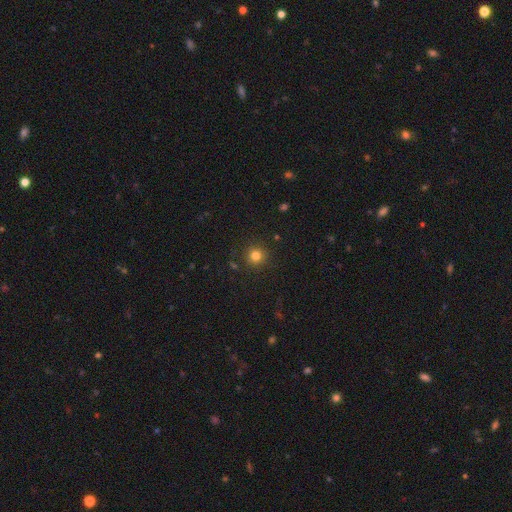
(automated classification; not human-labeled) A smooth galaxy with no disk features (80%) that is round (93%). Merging: none (89%).